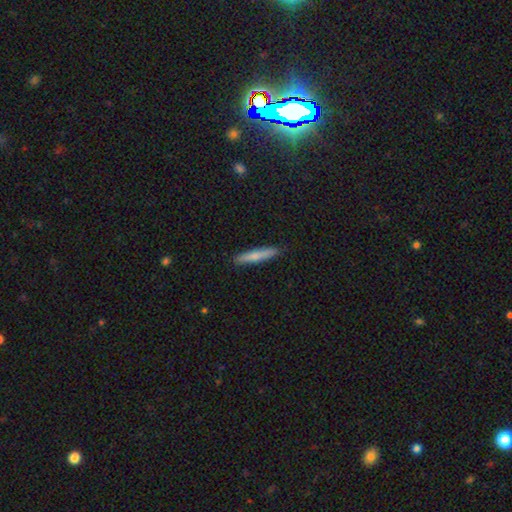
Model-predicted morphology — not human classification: type=smooth (72%); roundness=cigar-shaped (93%); merging=none (90%).